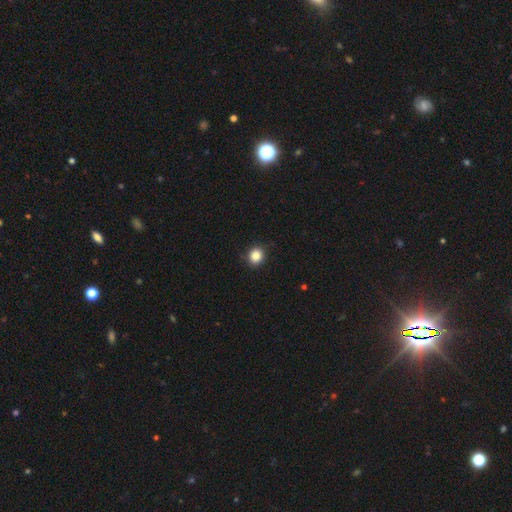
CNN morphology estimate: This appears to be a smooth galaxy with no disk features (86%) that is round (81%). Merging: none (90%).